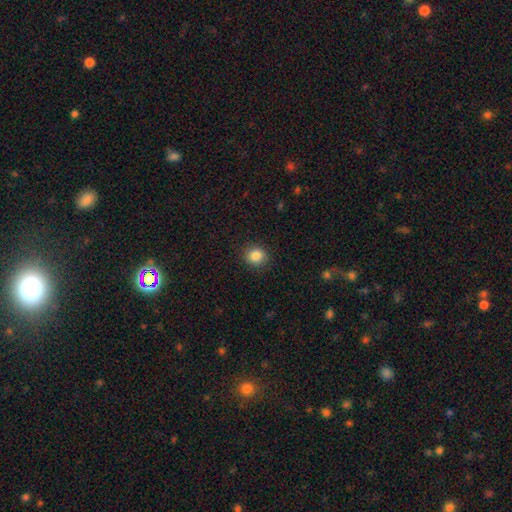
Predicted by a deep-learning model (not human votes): Morphology: type=smooth (86%); roundness=round (86%); merging=none (90%).